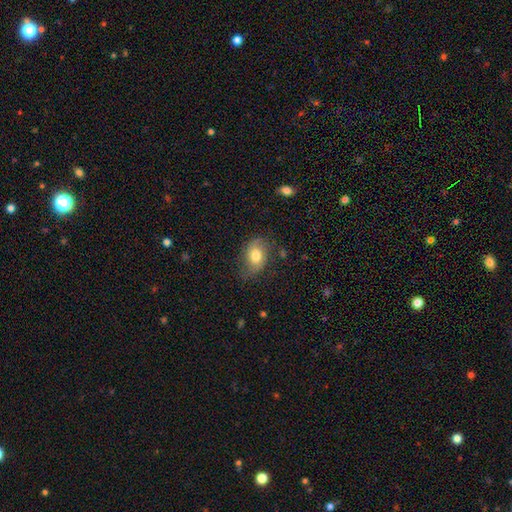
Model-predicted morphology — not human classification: Smooth or featured: smooth — 59% (featured or disk — 33%)
How rounded: in between — 74% (round — 24%)
Merging: none — 62% (minor disturbance — 26%)